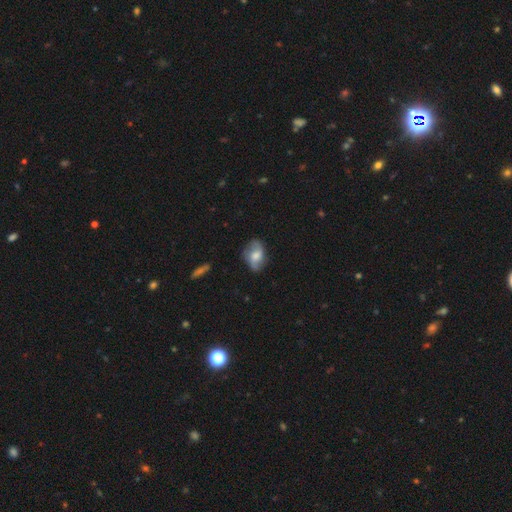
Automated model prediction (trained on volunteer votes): smooth 49%, featured or disk 44%, star or artifact 8%. Down the decision tree: merging — none (67%).